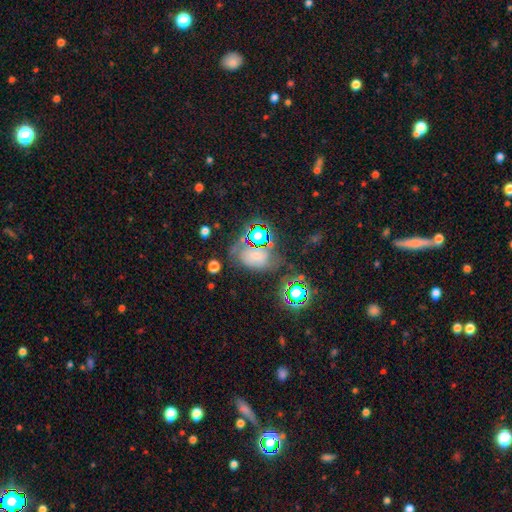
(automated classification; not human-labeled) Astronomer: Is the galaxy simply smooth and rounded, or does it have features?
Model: smooth — 46% (runner-up: star or artifact, 30%).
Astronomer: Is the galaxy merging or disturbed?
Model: none — 57%.